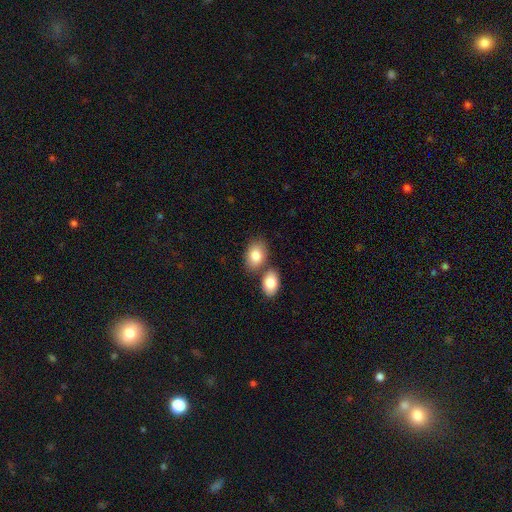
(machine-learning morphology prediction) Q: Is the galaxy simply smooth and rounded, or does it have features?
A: smooth — 83%.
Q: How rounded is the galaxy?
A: in between — 83%.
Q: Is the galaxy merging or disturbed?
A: none — 52%.